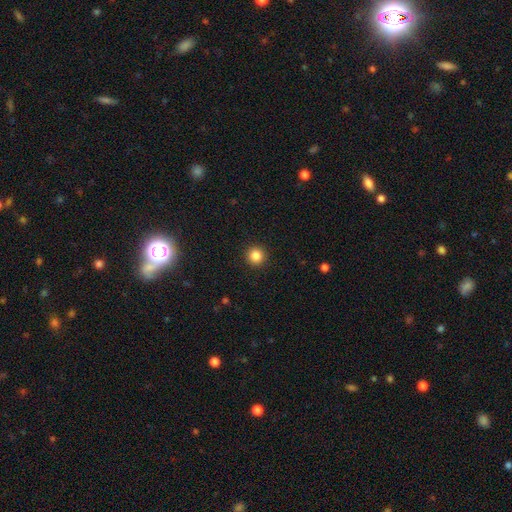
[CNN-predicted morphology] Smooth or featured?
  - smooth: 85% *
  - star or artifact: 11%
  - featured or disk: 4%
How rounded?
  - round: 95% *
  - in between: 4%
  - cigar-shaped: 1%
Merging?
  - none: 93% *
  - minor disturbance: 5%
  - major disturbance: 2%
  - merger: 1%